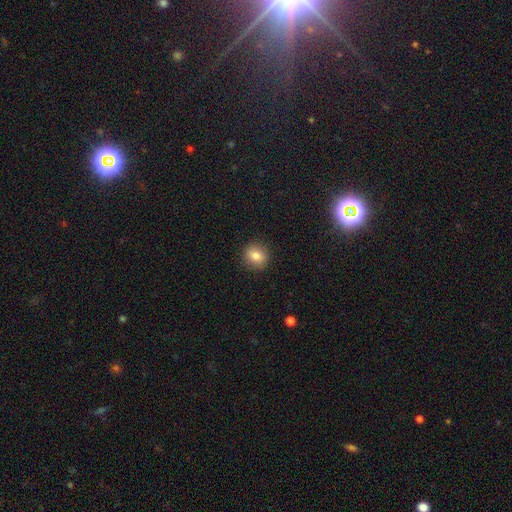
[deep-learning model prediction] smooth 81%, star or artifact 10%, featured or disk 9%. Down the decision tree: how rounded — round (79%); merging — none (89%).